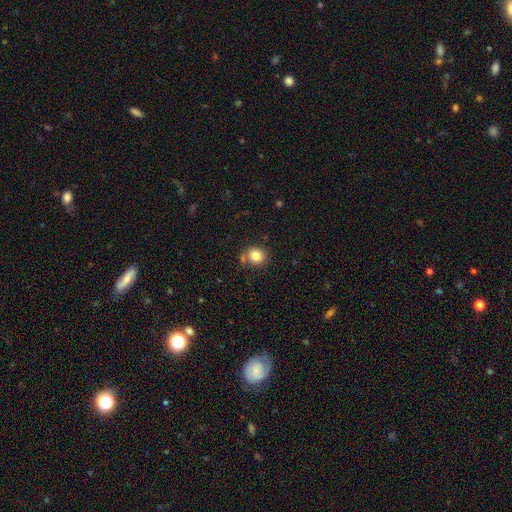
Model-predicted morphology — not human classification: type=smooth (82%); roundness=round (83%); merging=none (74%).